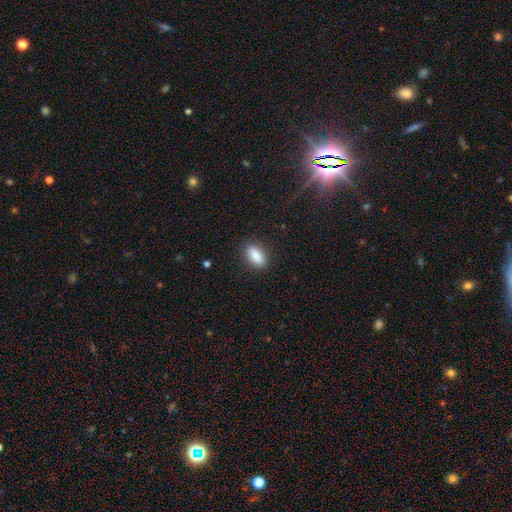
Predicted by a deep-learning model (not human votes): The model was most divided on "merging": none: 87%, minor disturbance: 10%, major disturbance: 3%, merger: 1%. More confident: how rounded — in between (88%); smooth or featured — smooth (87%).